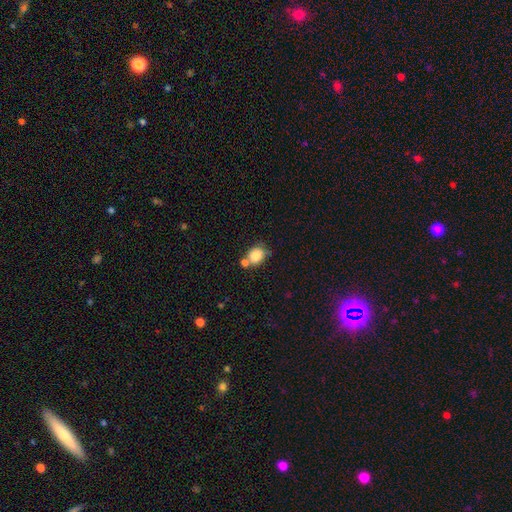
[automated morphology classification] smooth 83%, star or artifact 10%, featured or disk 7%. Down the decision tree: how rounded — round (55%); merging — none (53%).